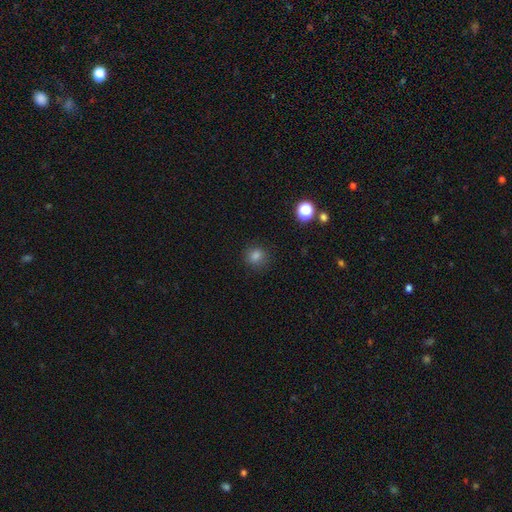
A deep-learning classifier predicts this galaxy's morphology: Overall: smooth (80%). How rounded: round (80%). Merging: none (87%).